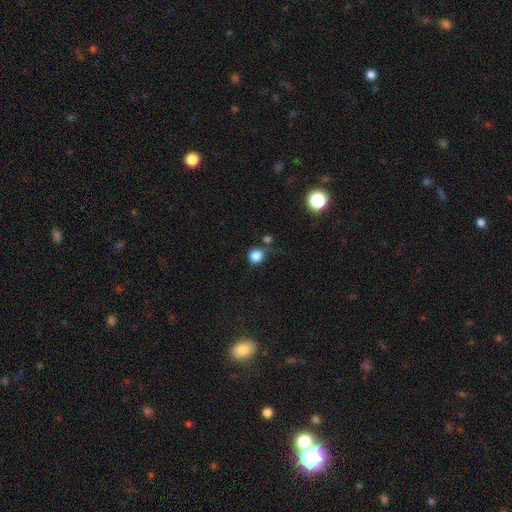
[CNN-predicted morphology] type=smooth (85%); roundness=round (89%); merging=none (67%).